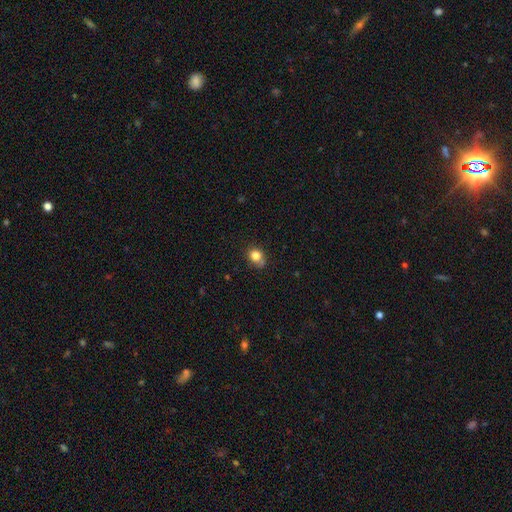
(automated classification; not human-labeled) The model was most divided on "how rounded": round: 68%, in between: 31%, cigar-shaped: 1%. More confident: smooth or featured — smooth (81%); merging — none (63%).